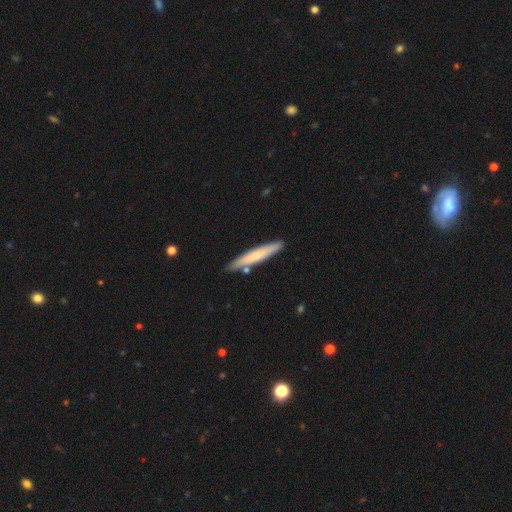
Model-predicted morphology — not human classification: Smooth or featured?
  - smooth: 61% *
  - featured or disk: 33%
  - star or artifact: 5%
How rounded?
  - cigar-shaped: 93% *
  - in between: 6%
  - round: 1%
Merging?
  - none: 85% *
  - minor disturbance: 10%
  - merger: 4%
  - major disturbance: 2%